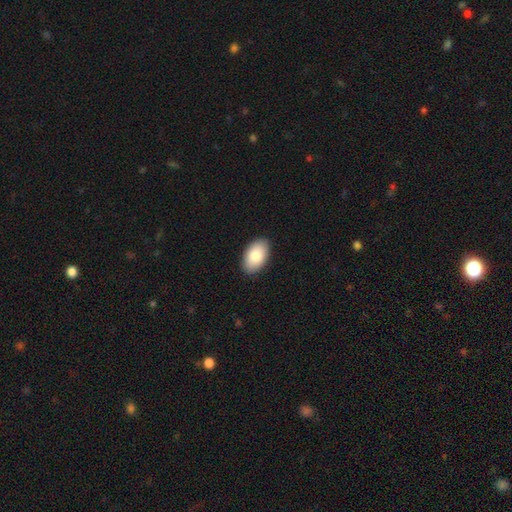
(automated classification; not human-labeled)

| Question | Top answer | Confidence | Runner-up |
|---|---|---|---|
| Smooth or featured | smooth | 85% | featured or disk (9%) |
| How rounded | in between | 95% | round (4%) |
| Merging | none | 89% | minor disturbance (8%) |